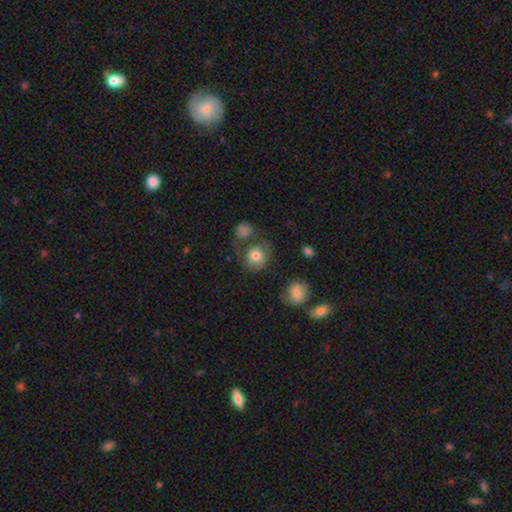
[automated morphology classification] Smooth or featured? Predicted: smooth (p=0.78). How rounded? Predicted: round (p=0.81). Merging? Predicted: none (p=0.50).